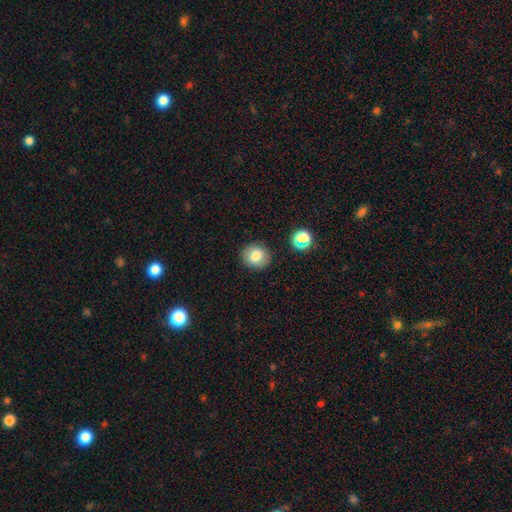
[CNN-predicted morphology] A smooth galaxy with no disk features (79%) that is round (82%). Merging: none (88%).